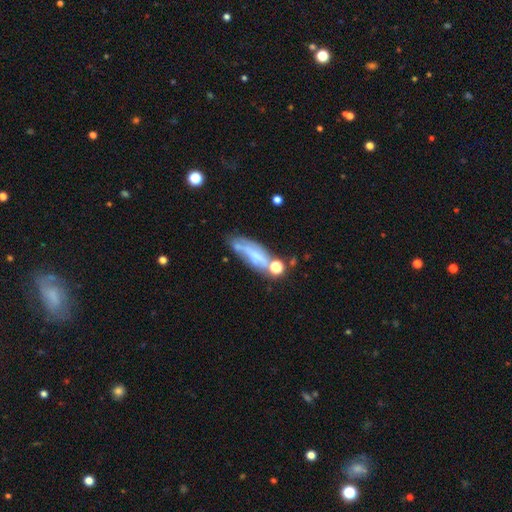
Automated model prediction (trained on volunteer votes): Smooth or featured? Predicted: featured or disk (p=0.45). Merging? Predicted: none (p=0.38).